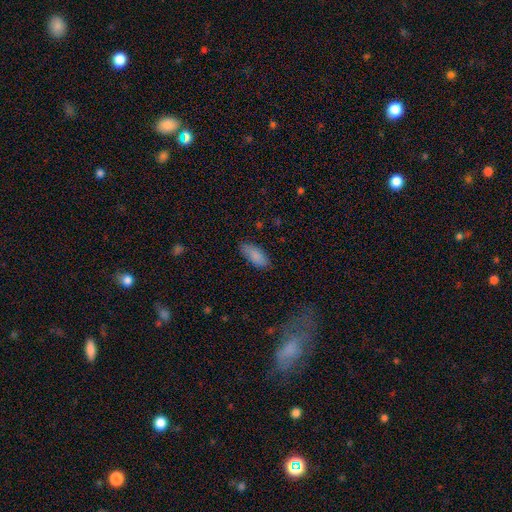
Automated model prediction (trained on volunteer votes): smooth-or-featured: smooth: 86% | featured or disk: 7% | star or artifact: 6%
  how-rounded: in between: 85% | cigar-shaped: 14% | round: 2%
  merging: none: 82% | minor disturbance: 14% | major disturbance: 3% | merger: 1%